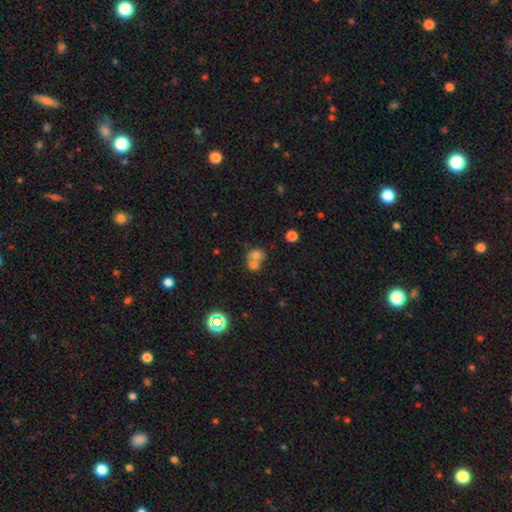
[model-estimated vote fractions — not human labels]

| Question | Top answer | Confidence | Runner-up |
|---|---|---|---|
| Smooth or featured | smooth | 72% | featured or disk (15%) |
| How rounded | round | 67% | in between (32%) |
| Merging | merger | 63% | none (27%) |